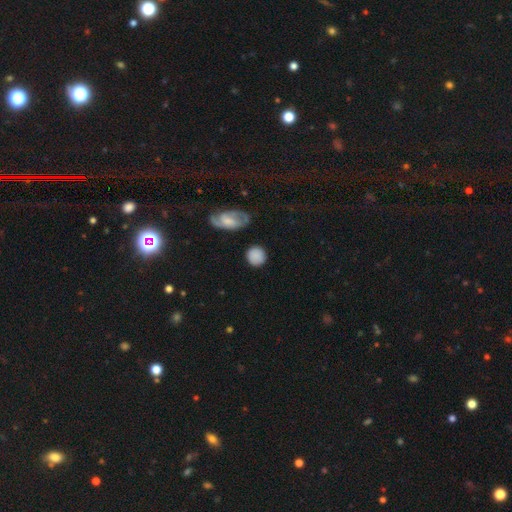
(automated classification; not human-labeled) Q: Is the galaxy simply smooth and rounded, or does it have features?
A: smooth — 80%.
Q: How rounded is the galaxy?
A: round — 85%.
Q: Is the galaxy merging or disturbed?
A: none — 81%.